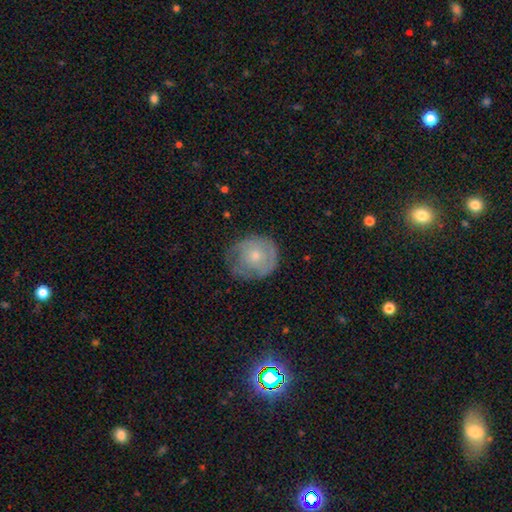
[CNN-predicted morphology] Smooth or featured: smooth — 49% (featured or disk — 44%)
Merging: none — 59% (minor disturbance — 28%)